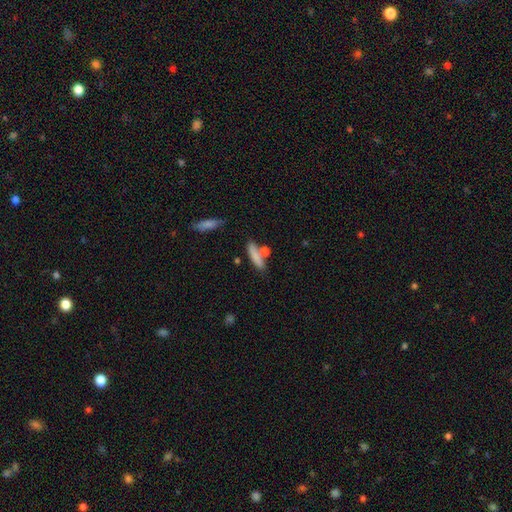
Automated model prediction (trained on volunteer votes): The model was most divided on "how rounded": cigar-shaped: 66%, in between: 30%, round: 4%. More confident: smooth or featured — smooth (79%); merging — none (62%).